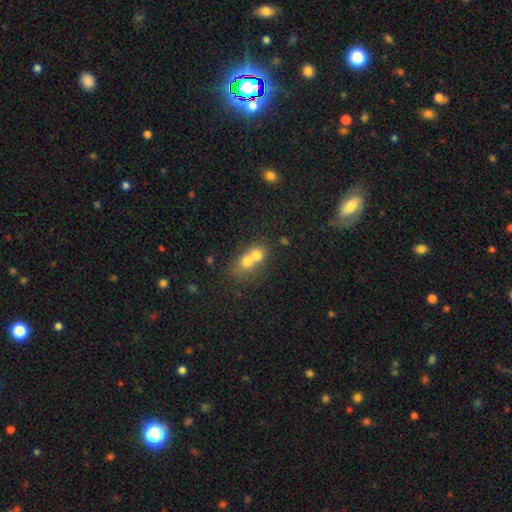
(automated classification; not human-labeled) A smooth galaxy with no disk features (67%) that is round (62%).

Vote fractions:
- Smooth or featured? smooth: 67% / featured or disk: 21% / star or artifact: 12%
- How rounded? round: 62% / in between: 36% / cigar-shaped: 2%
- Merging? merger: 74% / none: 18% / minor disturbance: 5% / major disturbance: 3%